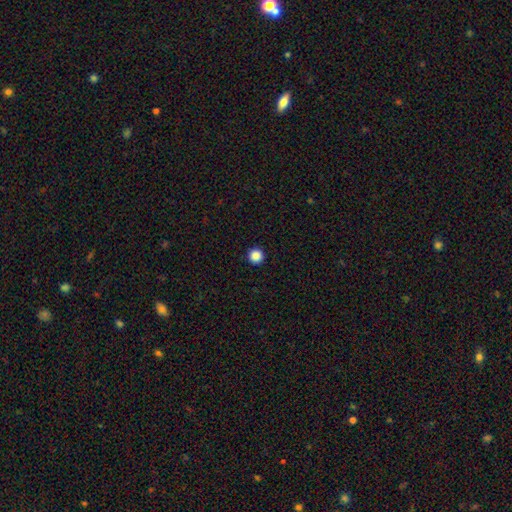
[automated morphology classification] Smooth or featured: smooth — 87% (star or artifact — 11%)
How rounded: round — 97% (in between — 2%)
Merging: none — 94% (minor disturbance — 4%)